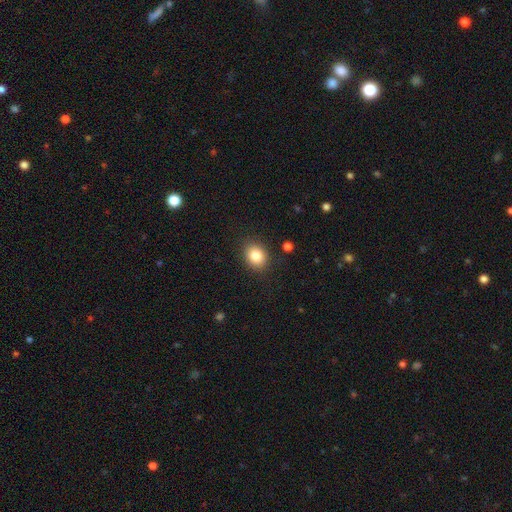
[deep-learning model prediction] smooth_or_featured: smooth (p=0.84) [alt: star or artifact p=0.09]
how_rounded: round (p=0.56) [alt: in between p=0.43]
merging: none (p=0.87) [alt: minor disturbance p=0.09]